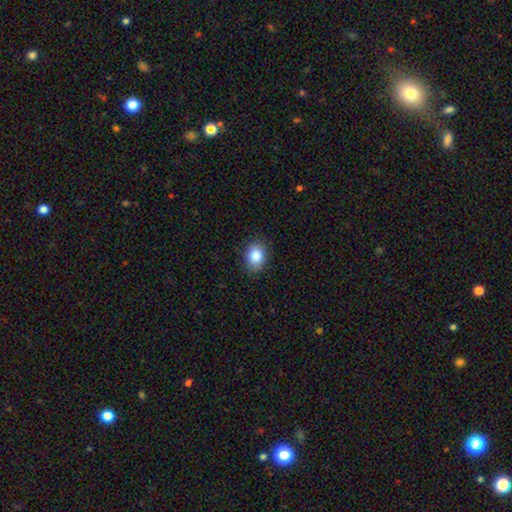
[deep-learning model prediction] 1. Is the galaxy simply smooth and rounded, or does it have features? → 87% smooth, 8% star or artifact, 5% featured or disk.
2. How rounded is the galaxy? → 69% in between, 30% round, 1% cigar-shaped.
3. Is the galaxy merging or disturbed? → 85% none, 11% minor disturbance, 3% major disturbance, 1% merger.